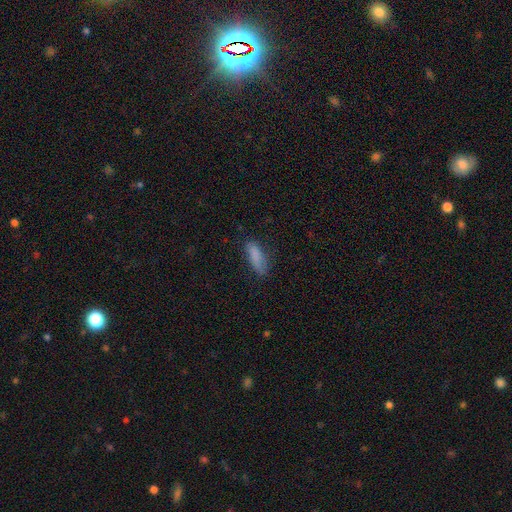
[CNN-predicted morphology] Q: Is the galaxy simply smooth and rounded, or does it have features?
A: smooth — 84%.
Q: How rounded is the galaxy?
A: in between — 59%.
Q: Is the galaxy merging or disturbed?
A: none — 70%.